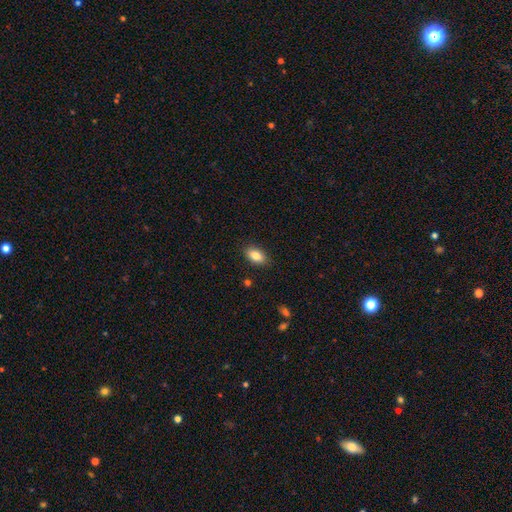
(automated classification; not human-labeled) Smooth or featured? smooth (85%)
How rounded? in between (90%)
Merging? none (87%)